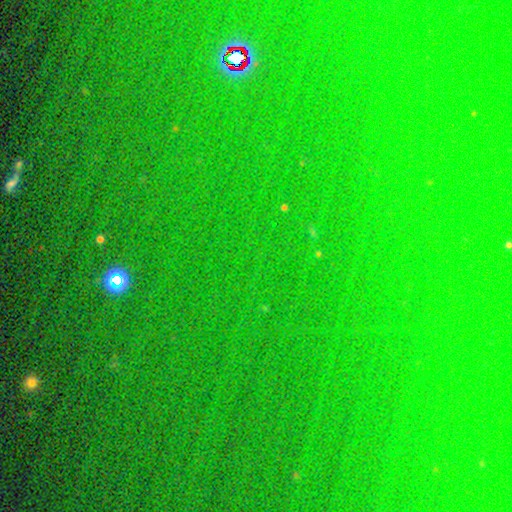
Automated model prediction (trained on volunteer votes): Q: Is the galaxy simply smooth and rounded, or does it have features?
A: star or artifact — 80%.